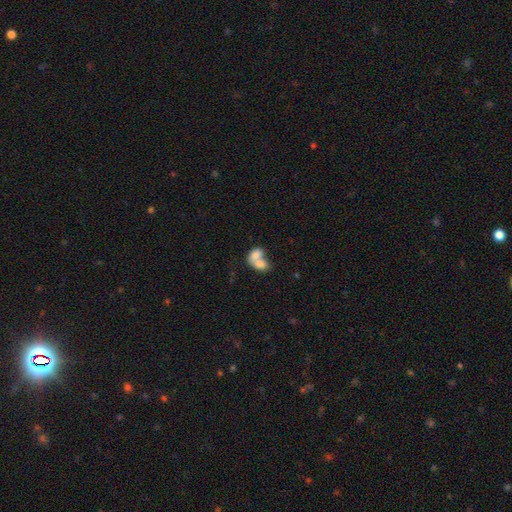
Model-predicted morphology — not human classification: This is likely a smooth galaxy (73%). How rounded: likely in between (77%). Merging: likely merger (78%).